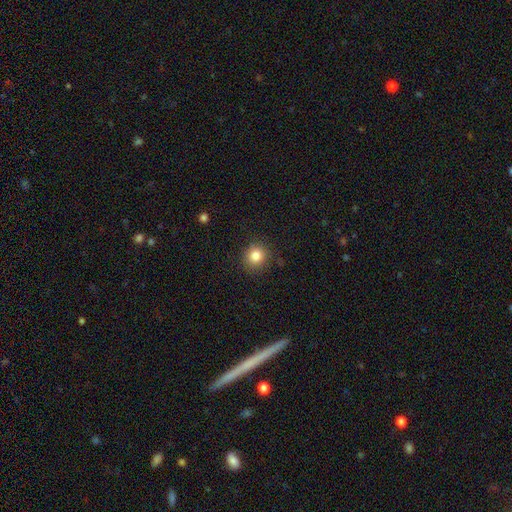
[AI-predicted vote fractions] A smooth galaxy with no disk features (83%) that is round (87%).

Vote fractions:
- Smooth or featured? smooth: 83% / star or artifact: 11% / featured or disk: 6%
- How rounded? round: 87% / in between: 12% / cigar-shaped: 1%
- Merging? none: 87% / minor disturbance: 9% / major disturbance: 3% / merger: 1%